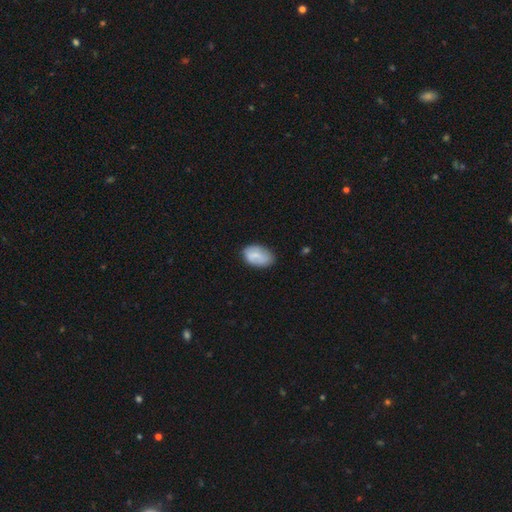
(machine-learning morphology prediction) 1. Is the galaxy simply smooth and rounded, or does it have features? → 75% smooth, 19% featured or disk, 6% star or artifact.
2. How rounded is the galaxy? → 91% in between, 7% round, 1% cigar-shaped.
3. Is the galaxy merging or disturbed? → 70% none, 24% minor disturbance, 5% major disturbance, 2% merger.